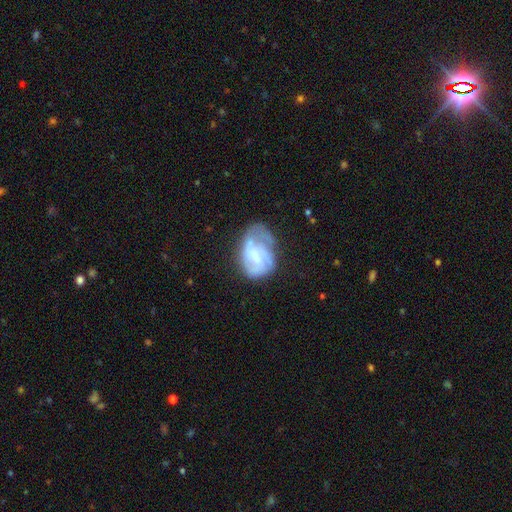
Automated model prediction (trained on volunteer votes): The model was most divided on "merging" (2-way tie): none: 32%, major disturbance: 32%, minor disturbance: 31%, merger: 4%. Remaining: edge-on disk — no (97%); spiral arms — yes (68%); smooth or featured — featured or disk (61%); bar — weak (48%); bulge size — small (36%).